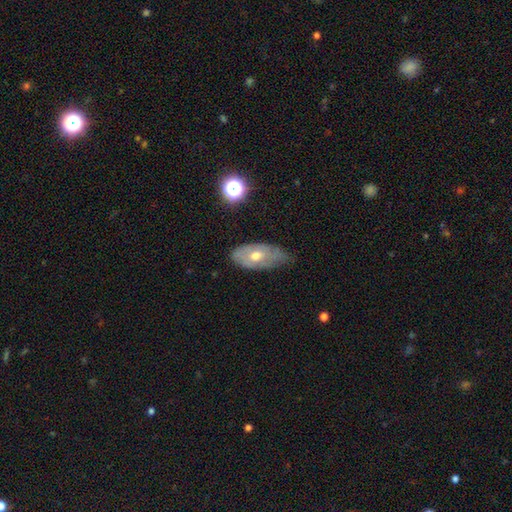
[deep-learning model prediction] Morphology: type=featured or disk (52%); edge-on=no (85%); merging=none (55%).